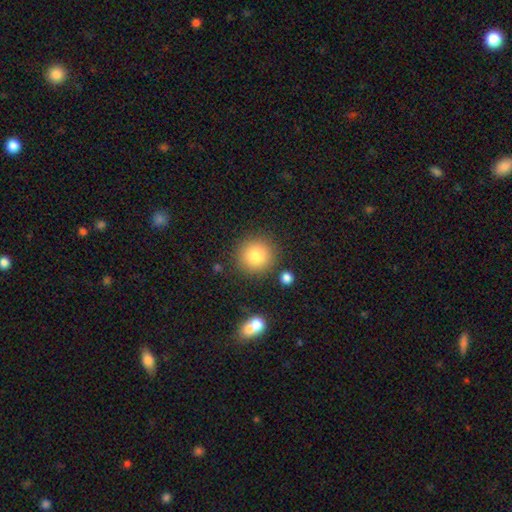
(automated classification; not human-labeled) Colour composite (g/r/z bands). It shows a smooth galaxy with no disk features (81%) that is round (94%). Merging: none (85%).